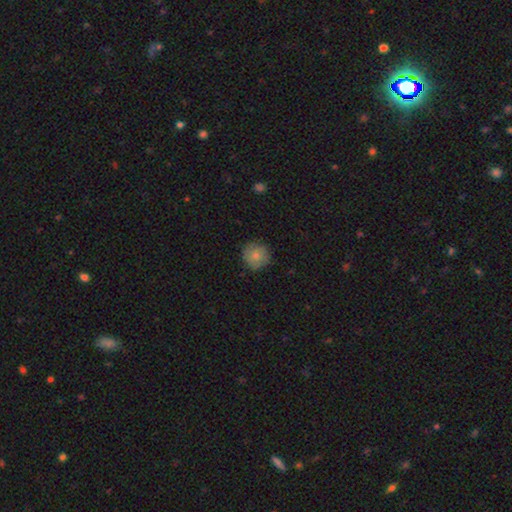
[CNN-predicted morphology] smooth_or_featured: smooth (p=0.75) [alt: featured or disk p=0.17]
how_rounded: round (p=0.93) [alt: in between p=0.06]
merging: none (p=0.81) [alt: minor disturbance p=0.15]